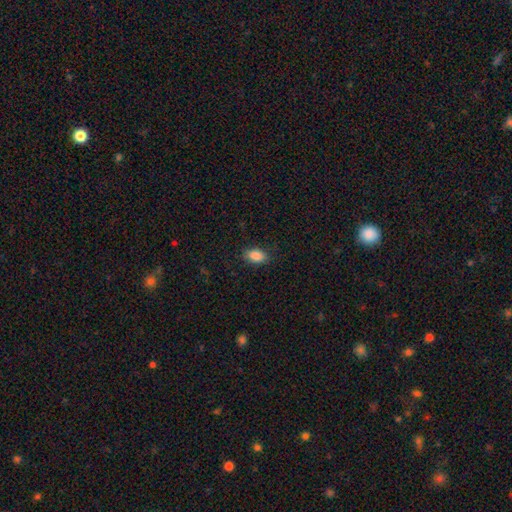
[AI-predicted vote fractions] Smooth or featured: smooth — 88% (star or artifact — 8%)
How rounded: in between — 89% (round — 9%)
Merging: none — 85% (minor disturbance — 11%)